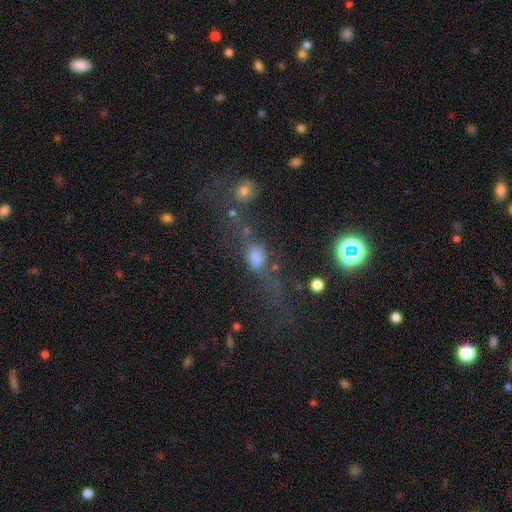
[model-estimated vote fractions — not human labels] Smooth or featured? smooth (57%)
How rounded? in between (58%)
Merging? none (39%)